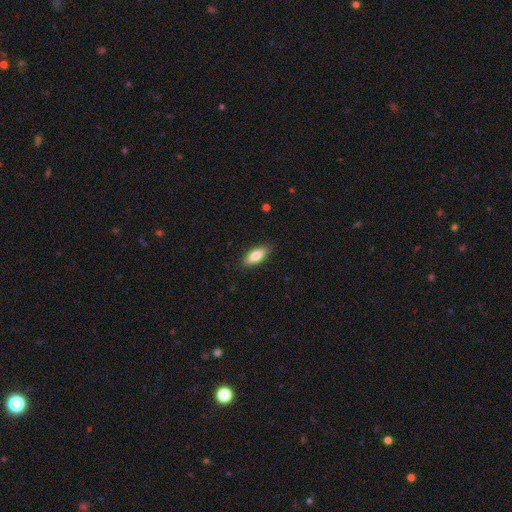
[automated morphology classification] A smooth galaxy with no disk features (80%) that is in between round and cigar-shaped (76%).

Vote fractions:
- Smooth or featured? smooth: 80% / featured or disk: 14% / star or artifact: 6%
- How rounded? in between: 76% / cigar-shaped: 22% / round: 2%
- Merging? none: 87% / minor disturbance: 10% / major disturbance: 2% / merger: 1%